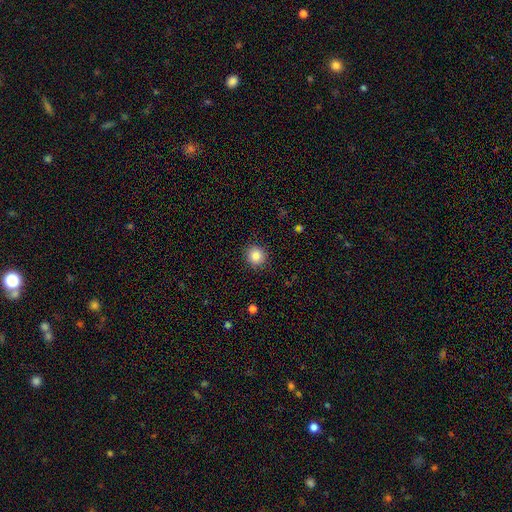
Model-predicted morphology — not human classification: This appears to be a smooth galaxy with no disk features (86%) that is round (92%). Merging: none (90%).